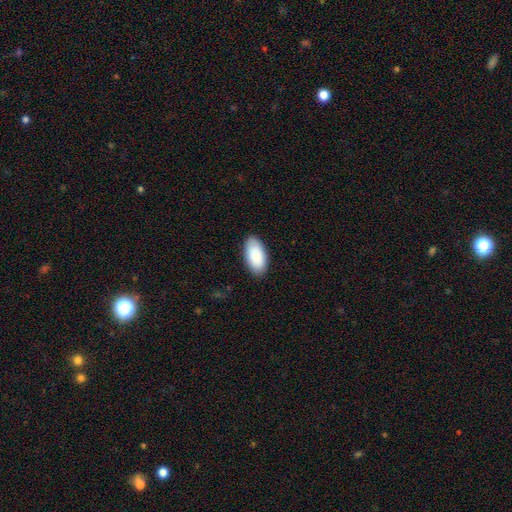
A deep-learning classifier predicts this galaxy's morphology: A smooth galaxy with no disk features (90%) that is in between round and cigar-shaped (95%). Merging: none (88%).